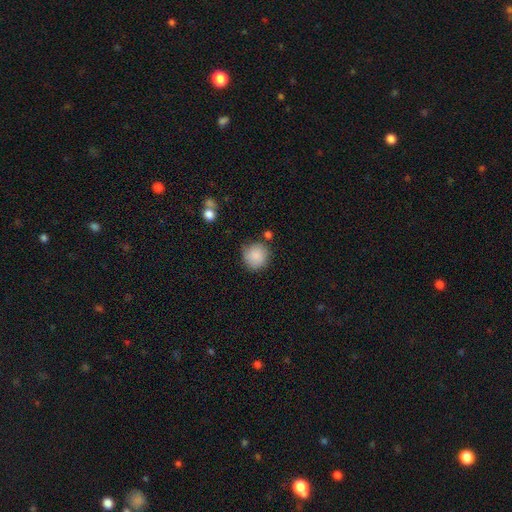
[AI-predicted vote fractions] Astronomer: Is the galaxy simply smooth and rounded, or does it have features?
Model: smooth — 87%.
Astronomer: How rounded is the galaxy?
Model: round — 92%.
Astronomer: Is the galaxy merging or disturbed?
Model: none — 74%.